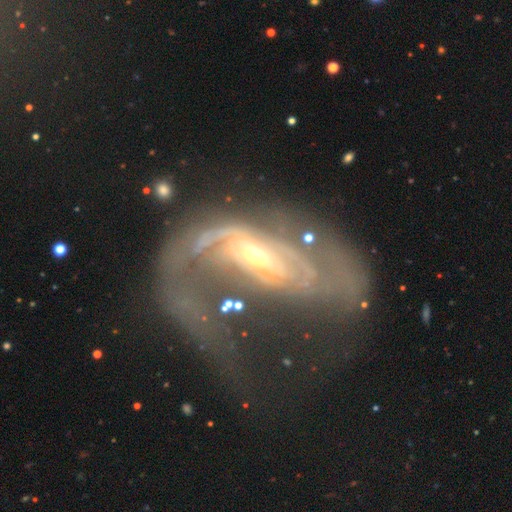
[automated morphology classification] featured or disk 83%, smooth 10%, star or artifact 8%. Down the decision tree: edge-on disk — no (94%); bar — no (47%); spiral arms — yes (81%); spiral arm count — 2 (38%); spiral winding — loose (41%); bulge size — small (62%); merging — major disturbance (60%).